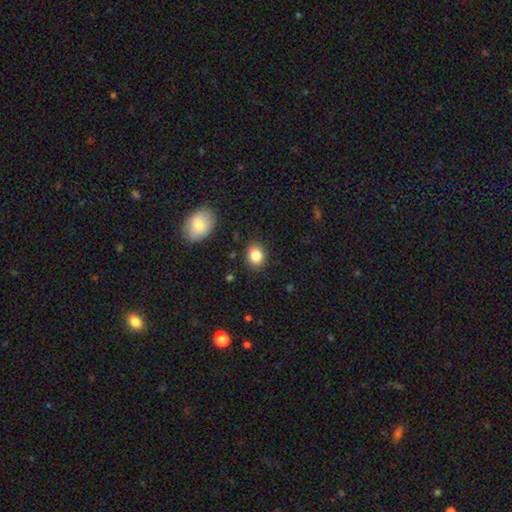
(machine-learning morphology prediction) Smooth or featured?
  - smooth: 85% *
  - star or artifact: 9%
  - featured or disk: 6%
How rounded?
  - round: 56% *
  - in between: 43%
  - cigar-shaped: 1%
Merging?
  - none: 87% *
  - minor disturbance: 9%
  - major disturbance: 3%
  - merger: 2%